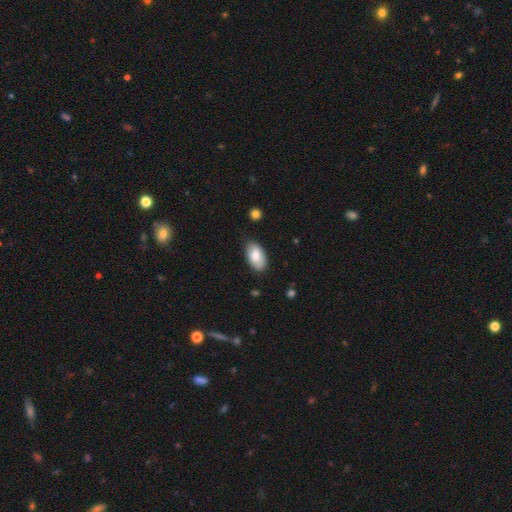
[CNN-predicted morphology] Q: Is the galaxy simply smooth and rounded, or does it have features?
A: smooth — 82%.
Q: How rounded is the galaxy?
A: in between — 95%.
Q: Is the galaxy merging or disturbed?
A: none — 82%.